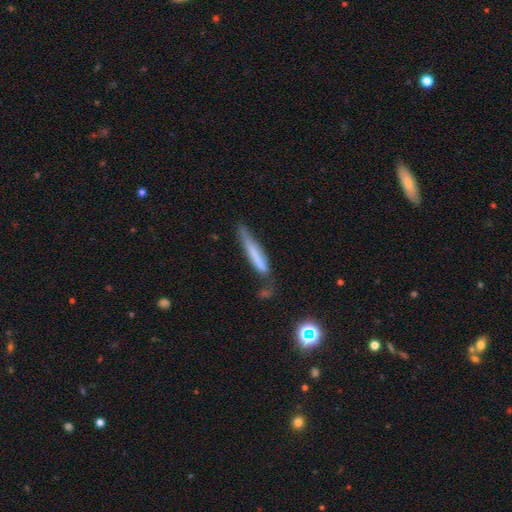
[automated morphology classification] Smooth or featured?
  - smooth: 63% *
  - featured or disk: 29%
  - star or artifact: 8%
How rounded?
  - cigar-shaped: 93% *
  - in between: 6%
  - round: 1%
Merging?
  - none: 53% *
  - minor disturbance: 30%
  - major disturbance: 10%
  - merger: 7%